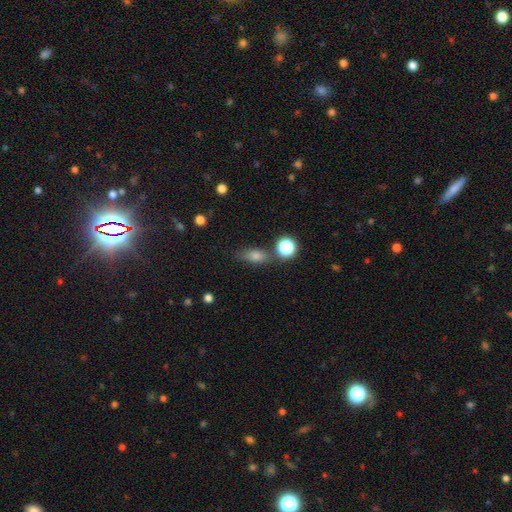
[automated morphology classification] Smooth or featured?
  - smooth: 70% *
  - star or artifact: 16%
  - featured or disk: 14%
How rounded?
  - in between: 67% *
  - cigar-shaped: 18%
  - round: 15%
Merging?
  - none: 72% *
  - minor disturbance: 16%
  - merger: 8%
  - major disturbance: 5%